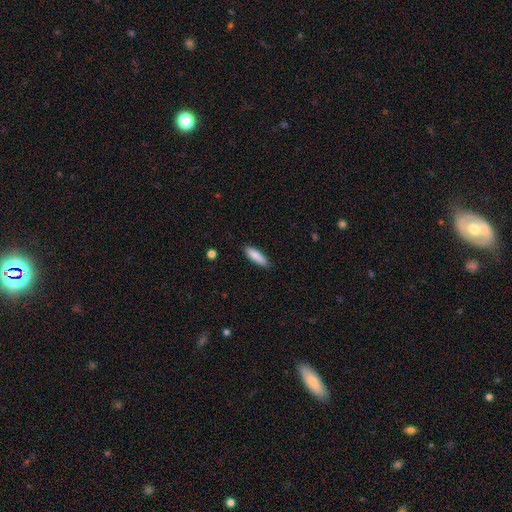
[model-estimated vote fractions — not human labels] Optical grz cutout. It shows a smooth galaxy with no disk features (84%) that is cigar-shaped (66%). Merging: none (87%).